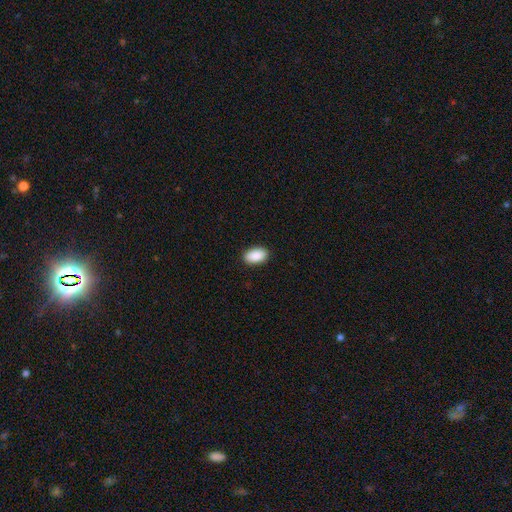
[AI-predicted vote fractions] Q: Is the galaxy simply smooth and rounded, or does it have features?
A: smooth — 91%.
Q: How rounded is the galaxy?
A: in between — 94%.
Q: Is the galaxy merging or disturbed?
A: none — 91%.